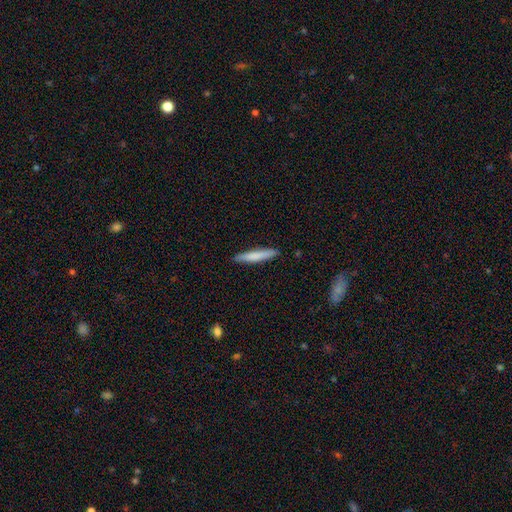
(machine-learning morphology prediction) Overall: smooth (75%). How rounded: cigar-shaped (93%). Merging: none (90%).